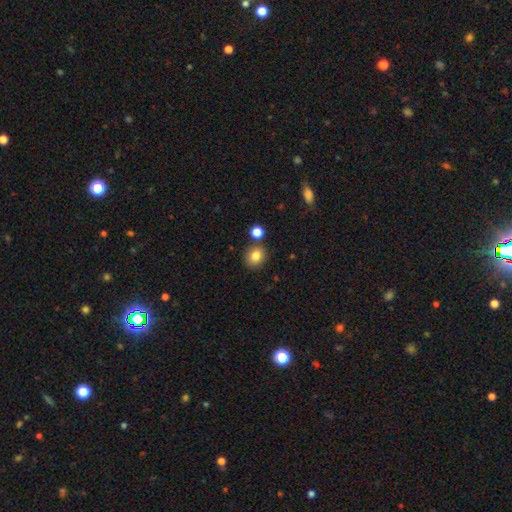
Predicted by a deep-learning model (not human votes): This is clearly a smooth galaxy (82%). How rounded: likely round (76%). Merging: likely none (80%).